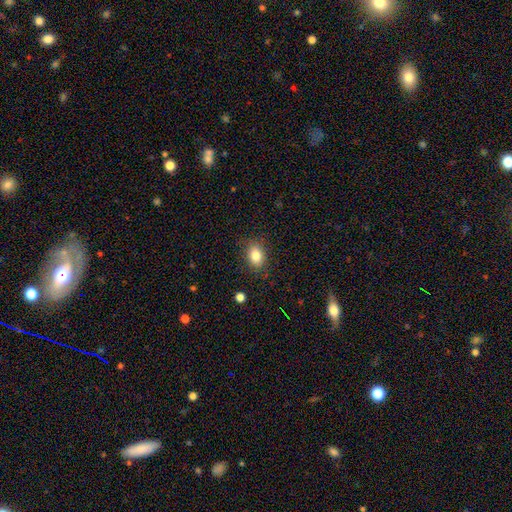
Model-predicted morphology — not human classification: The model was most divided on "how rounded": in between: 66%, round: 32%, cigar-shaped: 1%. More confident: merging — none (85%); smooth or featured — smooth (83%).